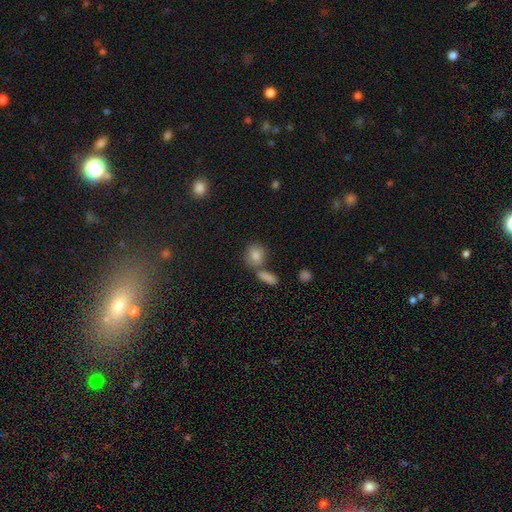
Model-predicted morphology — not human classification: Smooth or featured: smooth — 80% (star or artifact — 11%)
How rounded: round — 73% (in between — 25%)
Merging: none — 62% (merger — 22%)